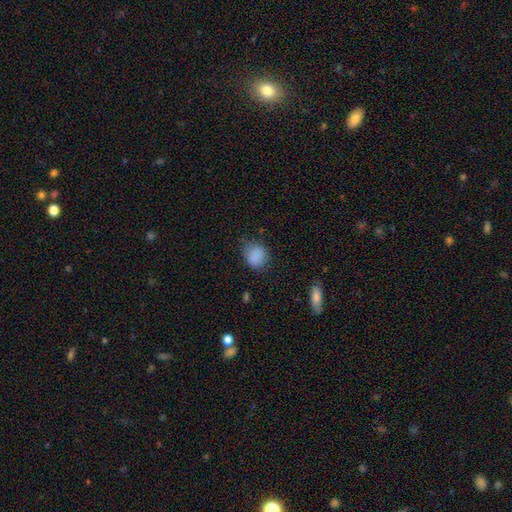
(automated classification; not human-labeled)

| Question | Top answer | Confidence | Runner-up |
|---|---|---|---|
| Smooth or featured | smooth | 86% | star or artifact (9%) |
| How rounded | round | 63% | in between (36%) |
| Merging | none | 67% | minor disturbance (25%) |